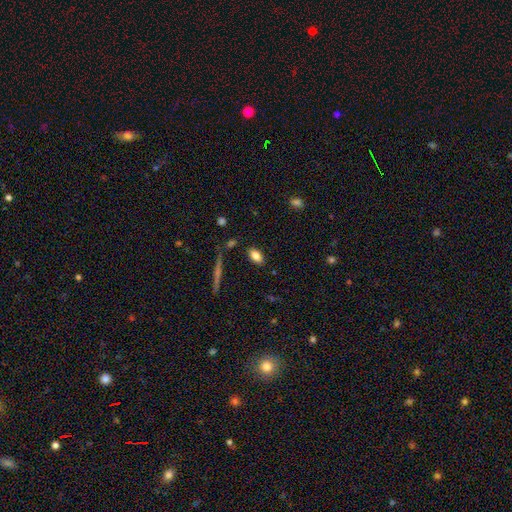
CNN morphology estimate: type=smooth (81%); roundness=in between (88%); merging=none (85%).